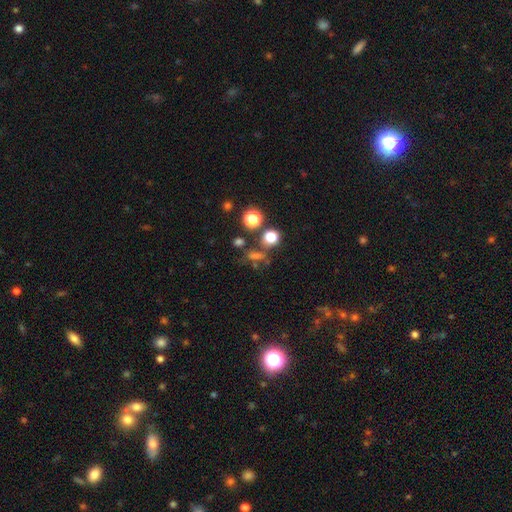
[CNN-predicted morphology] A star or artifact, not a galaxy (48%).